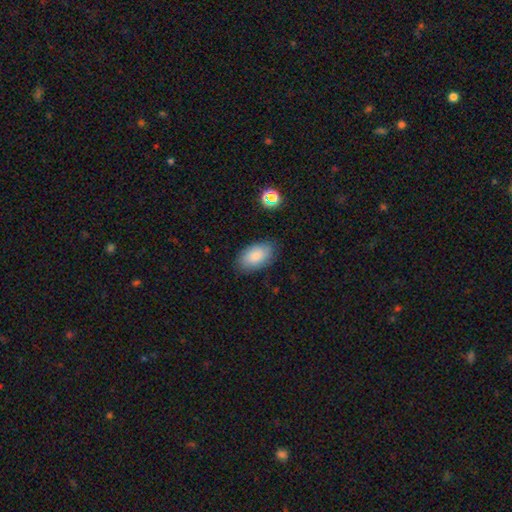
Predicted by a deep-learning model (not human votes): Smooth or featured? Predicted: smooth (p=0.86). How rounded? Predicted: in between (p=0.94). Merging? Predicted: none (p=0.83).